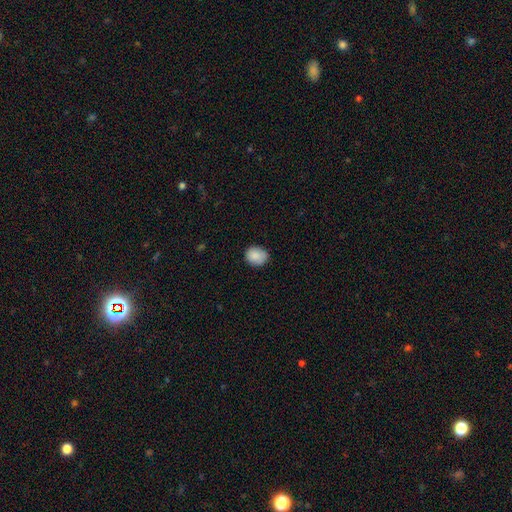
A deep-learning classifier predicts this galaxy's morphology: type=smooth (88%); roundness=round (65%); merging=none (80%).